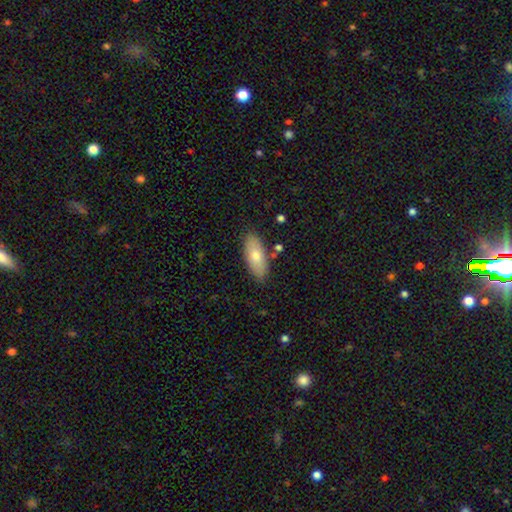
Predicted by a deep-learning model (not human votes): smooth-or-featured: smooth: 72% | featured or disk: 22% | star or artifact: 6%
  how-rounded: in between: 83% | cigar-shaped: 14% | round: 3%
  merging: none: 84% | minor disturbance: 11% | merger: 3% | major disturbance: 2%